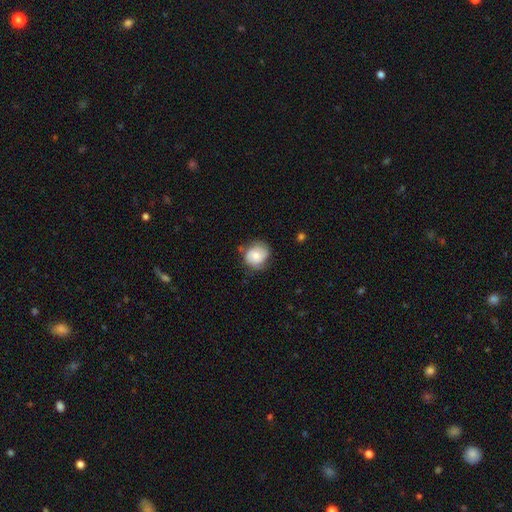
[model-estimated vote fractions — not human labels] Smooth or featured? Predicted: smooth (p=0.58). How rounded? Predicted: round (p=0.77). Merging? Predicted: none (p=0.66).